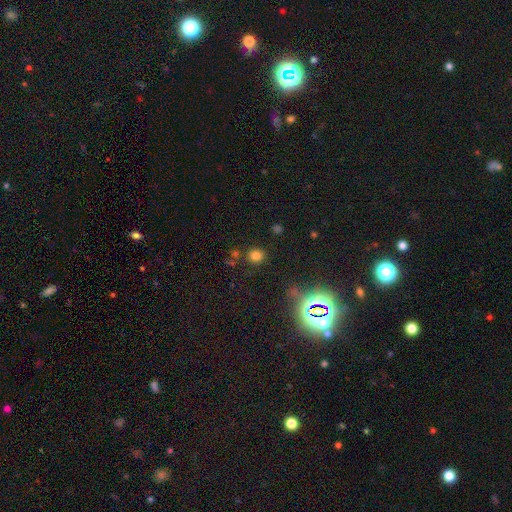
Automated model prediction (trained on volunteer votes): Q: Smooth or featured?
A: smooth (73%); runner-up: star or artifact (21%)
Q: How rounded?
A: round (86%); runner-up: in between (12%)
Q: Merging?
A: none (83%); runner-up: minor disturbance (8%)